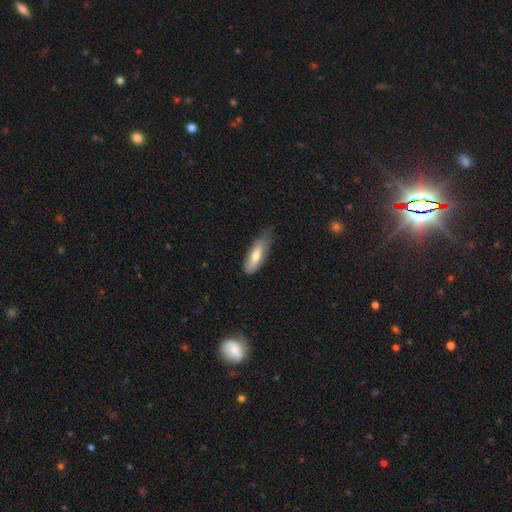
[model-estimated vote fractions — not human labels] The model was most divided on "merging": none: 51%, minor disturbance: 38%, major disturbance: 10%, merger: 2%. More confident: smooth or featured — smooth (67%); how rounded — in between (56%).